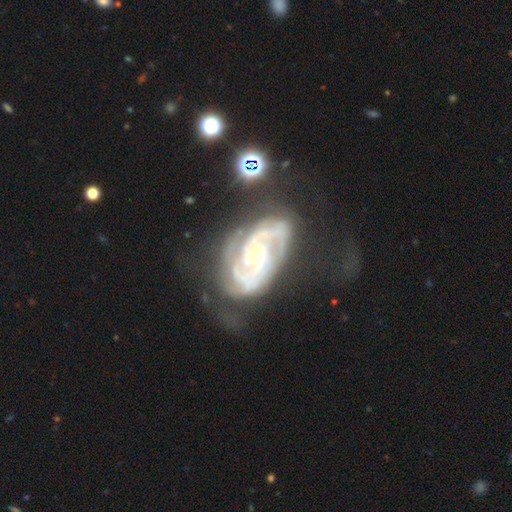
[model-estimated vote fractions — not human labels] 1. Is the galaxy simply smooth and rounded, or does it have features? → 90% featured or disk, 5% star or artifact, 5% smooth.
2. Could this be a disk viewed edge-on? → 97% no, 3% yes.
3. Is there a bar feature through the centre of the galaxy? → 59% no, 28% weak, 13% strong.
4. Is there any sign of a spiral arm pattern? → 97% yes, 3% no.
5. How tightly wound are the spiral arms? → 63% tight, 31% medium, 6% loose.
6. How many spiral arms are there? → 47% 2, 22% 3, 16% can't tell, 7% 4, 4% 1, 4% more than 4.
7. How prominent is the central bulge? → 67% small, 29% moderate, 1% large, 1% none, 1% dominant.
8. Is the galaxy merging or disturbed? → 53% none, 24% minor disturbance, 20% major disturbance, 3% merger.